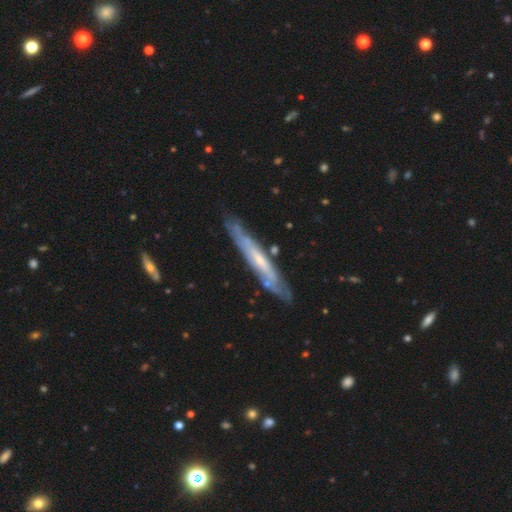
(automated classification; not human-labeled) Smooth or featured: featured or disk — 72% (smooth — 22%)
Edge-on disk: yes — 71% (no — 29%)
Edge-on bulge: none — 58% (rounded — 37%)
Merging: none — 80% (minor disturbance — 15%)